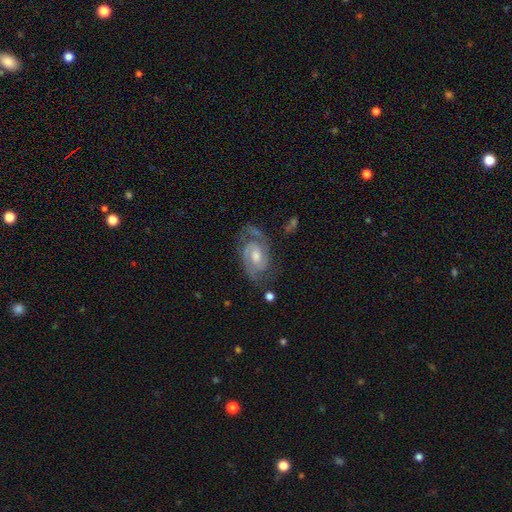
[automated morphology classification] A featured or disk galaxy (87%) with no bar (52%), 2 (80%) tight (47%) spiral arms (96%) and a moderate central bulge (65%).

Vote fractions:
- Smooth or featured? featured or disk: 87% / smooth: 8% / star or artifact: 6%
- Edge-on disk? no: 97% / yes: 3%
- Bar? no: 52% / weak: 40% / strong: 9%
- Spiral arms? yes: 96% / no: 4%
- Spiral winding? tight: 47% / medium: 43% / loose: 10%
- Spiral arm count? 2: 80% / can't tell: 8% / 3: 6% / 1: 3% / 4: 2% / more than 4: 2%
- Bulge size? moderate: 65% / small: 21% / large: 10% / none: 3% / dominant: 1%
- Merging? none: 68% / minor disturbance: 19% / major disturbance: 11% / merger: 2%